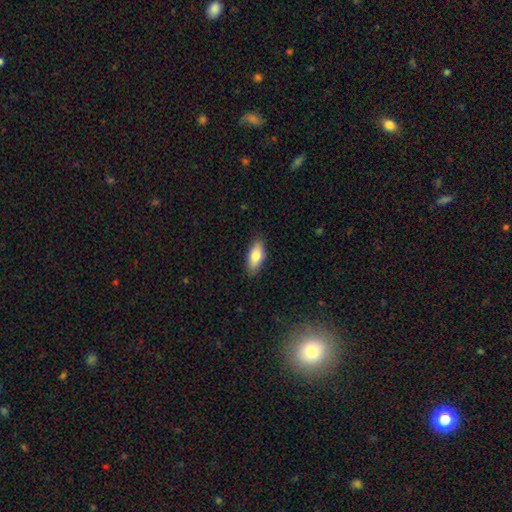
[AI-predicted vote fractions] This is clearly a smooth galaxy (81%). How rounded: clearly in between (82%). Merging: clearly none (87%).